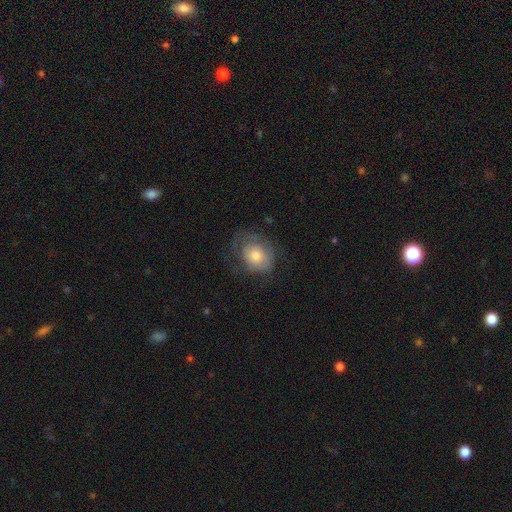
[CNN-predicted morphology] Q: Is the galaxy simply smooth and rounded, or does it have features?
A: smooth — 56%.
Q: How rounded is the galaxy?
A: round — 56%.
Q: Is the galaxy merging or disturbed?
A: none — 55%.